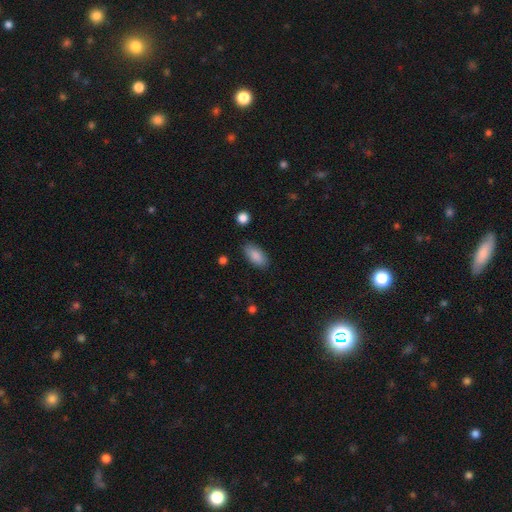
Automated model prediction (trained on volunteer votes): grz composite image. It shows a smooth galaxy with no disk features (87%) that is in between round and cigar-shaped (92%). Merging: none (84%).